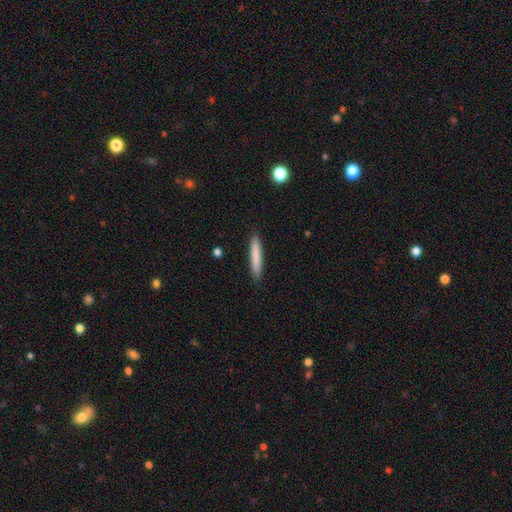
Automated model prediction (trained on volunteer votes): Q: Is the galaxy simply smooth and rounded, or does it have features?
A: smooth — 80%.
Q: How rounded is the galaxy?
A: cigar-shaped — 94%.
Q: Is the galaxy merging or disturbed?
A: none — 91%.